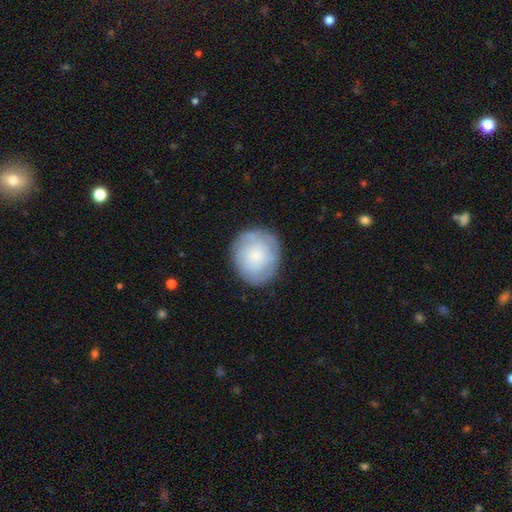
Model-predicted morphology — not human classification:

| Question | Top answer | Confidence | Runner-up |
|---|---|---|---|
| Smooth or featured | smooth | 59% | featured or disk (33%) |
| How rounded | round | 77% | in between (23%) |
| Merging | none | 80% | minor disturbance (14%) |